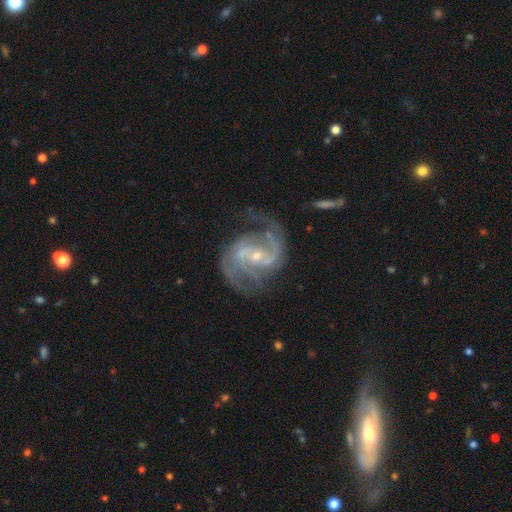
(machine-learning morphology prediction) Smooth or featured: featured or disk — 91% (star or artifact — 5%)
Edge-on disk: no — 98% (yes — 2%)
Bar: weak — 43% (no — 35%)
Spiral arms: yes — 98% (no — 2%)
Spiral winding: medium — 56% (tight — 24%)
Spiral arm count: 2 — 82% (3 — 6%)
Bulge size: small — 68% (moderate — 28%)
Merging: none — 67% (minor disturbance — 18%)